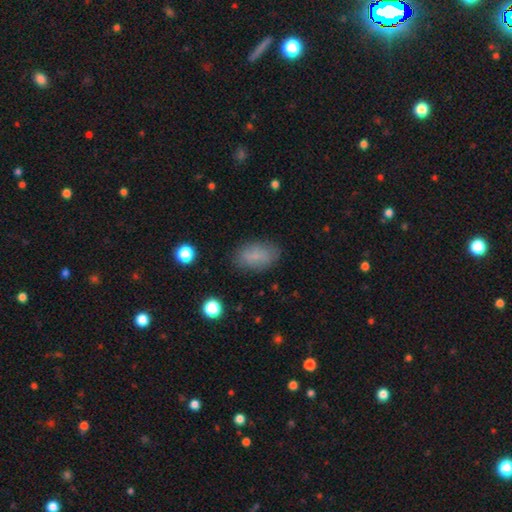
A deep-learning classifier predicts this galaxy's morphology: This is likely a smooth galaxy (79%). How rounded: clearly in between (91%). Merging: clearly none (82%).